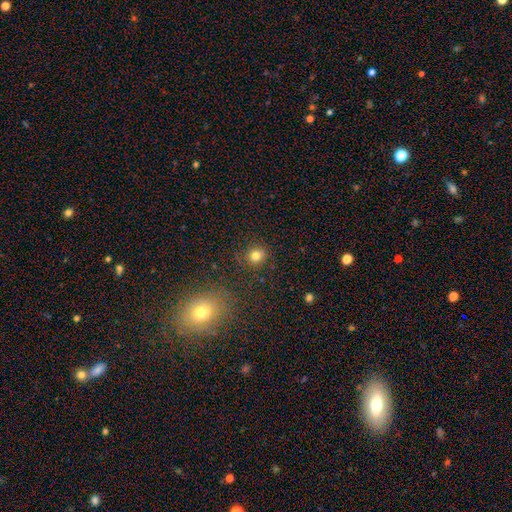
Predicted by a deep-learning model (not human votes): smooth-or-featured: smooth: 80% | star or artifact: 14% | featured or disk: 6%
  how-rounded: round: 86% | in between: 13% | cigar-shaped: 1%
  merging: none: 86% | minor disturbance: 9% | major disturbance: 3% | merger: 2%